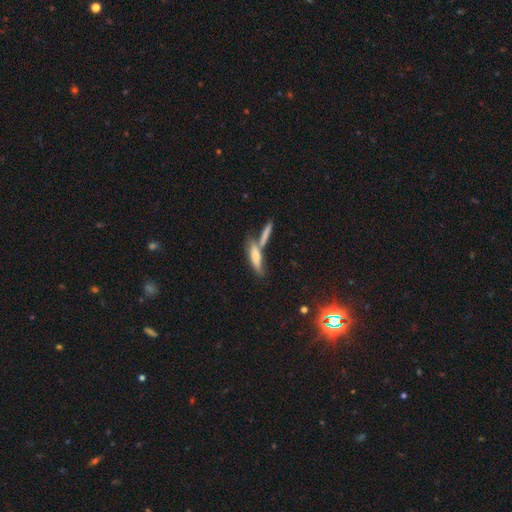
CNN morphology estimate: A smooth galaxy with no disk features (54%) that is cigar-shaped (66%). Merging: none (48%).